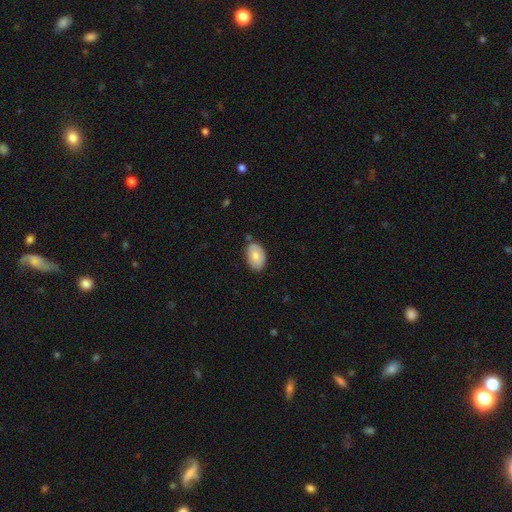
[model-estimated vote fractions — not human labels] A smooth galaxy with no disk features (76%) that is in between round and cigar-shaped (91%). Merging: none (75%).